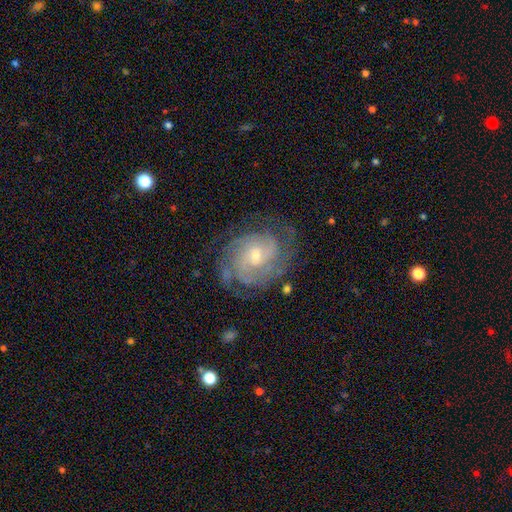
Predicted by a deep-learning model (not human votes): A featured or disk galaxy (86%) with no bar (57%), tight (66%) spiral arms (96%) and a small central bulge (60%).

Vote fractions:
- Smooth or featured? featured or disk: 86% / smooth: 7% / star or artifact: 6%
- Edge-on disk? no: 97% / yes: 3%
- Bar? no: 57% / weak: 36% / strong: 7%
- Spiral arms? yes: 96% / no: 4%
- Spiral winding? tight: 66% / medium: 29% / loose: 5%
- Spiral arm count? can't tell: 28% / 3: 24% / 2: 19% / 4: 17% / more than 4: 6% / 1: 6%
- Bulge size? small: 60% / moderate: 36% / large: 2% / none: 1% / dominant: 1%
- Merging? none: 73% / minor disturbance: 17% / major disturbance: 8% / merger: 2%